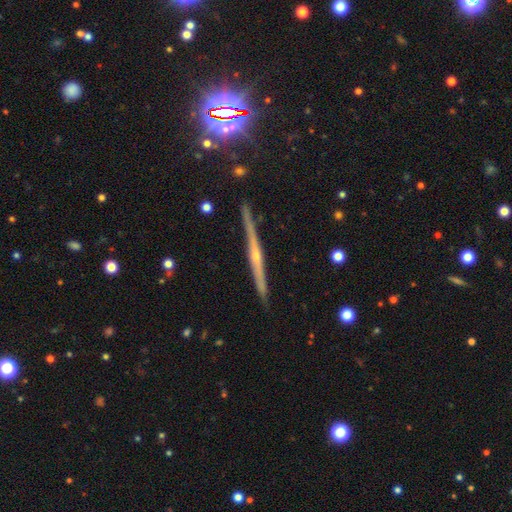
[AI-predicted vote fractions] This is likely a featured or disk galaxy (78%). It is clearly viewed edge-on (98%). Edge-on bulge: likely rounded (74%). Merging: clearly none (88%).